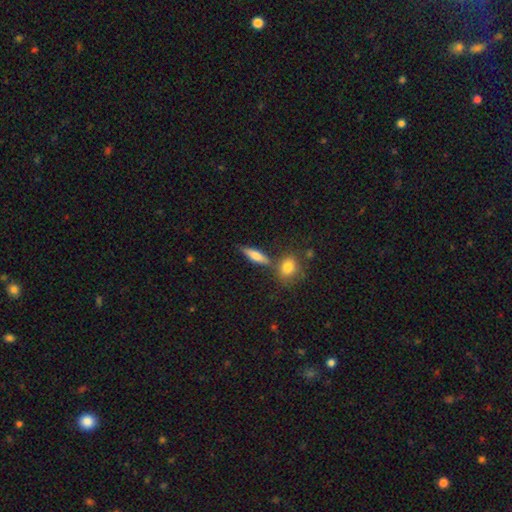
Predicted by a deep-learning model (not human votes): smooth_or_featured: smooth (p=0.67) [alt: featured or disk p=0.26]
how_rounded: cigar-shaped (p=0.59) [alt: in between p=0.35]
merging: none (p=0.71) [alt: merger p=0.13]